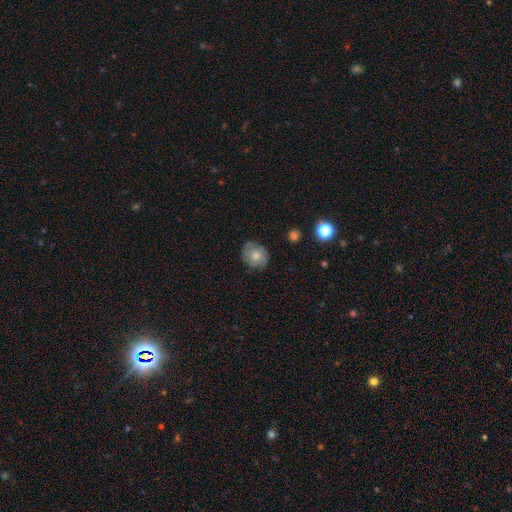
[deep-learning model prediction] This appears to be a smooth galaxy with no disk features (74%) that is round (70%). Merging: none (72%).